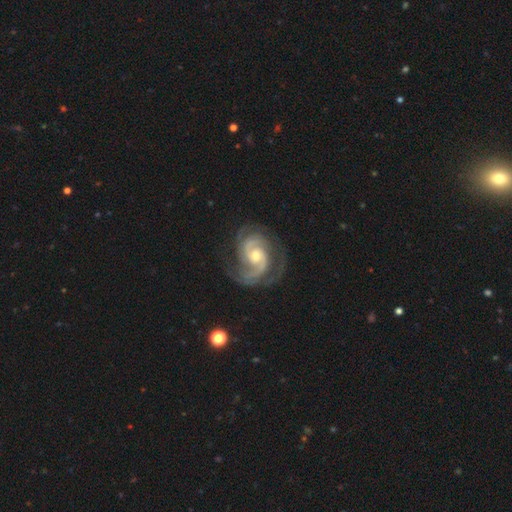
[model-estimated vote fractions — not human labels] featured or disk 92%, star or artifact 4%, smooth 4%. Down the decision tree: edge-on disk — no (98%); bar — no (57%); spiral arms — yes (98%); spiral arm count — 2 (60%); spiral winding — medium (46%); bulge size — moderate (60%); merging — none (71%).